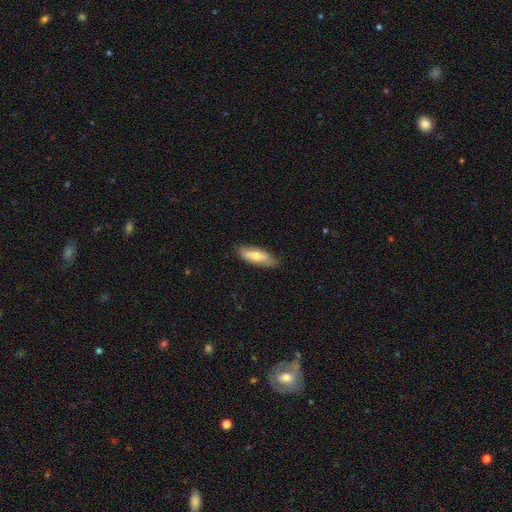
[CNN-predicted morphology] smooth 59%, featured or disk 35%, star or artifact 6%. Down the decision tree: how rounded — in between (59%); merging — none (79%).